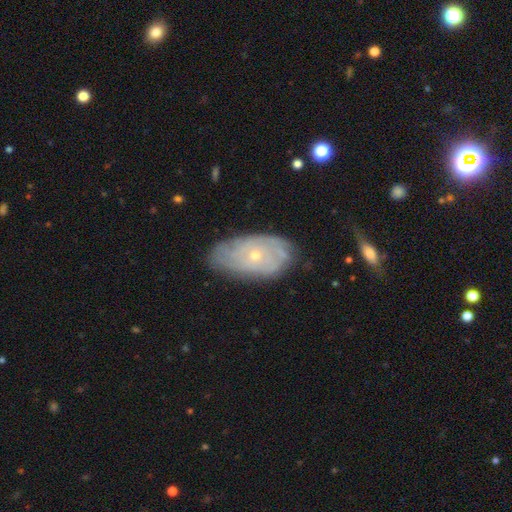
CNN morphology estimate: Smooth or featured?
  - featured or disk: 68% *
  - smooth: 25%
  - star or artifact: 8%
Edge-on disk?
  - no: 92% *
  - yes: 8%
Bar?
  - no: 86% *
  - weak: 12%
  - strong: 2%
Spiral arms?
  - yes: 76% *
  - no: 24%
Bulge size?
  - small: 70% *
  - moderate: 28%
  - large: 1%
  - none: 1%
  - dominant: 1%
Merging?
  - none: 72% *
  - minor disturbance: 21%
  - major disturbance: 5%
  - merger: 2%